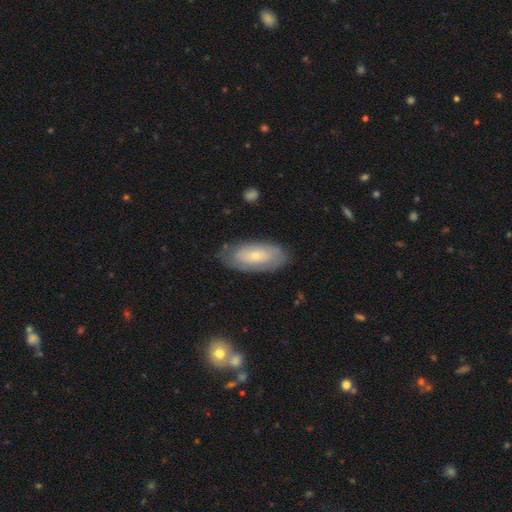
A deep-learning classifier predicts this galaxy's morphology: smooth_or_featured: featured or disk (p=0.47) [tied with: smooth p=0.47]
merging: none (p=0.73) [alt: minor disturbance p=0.19]